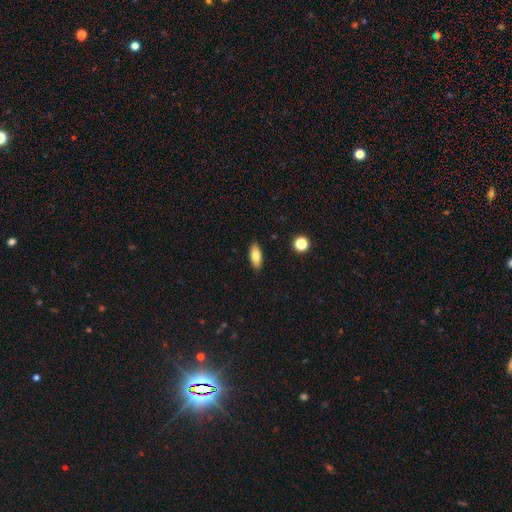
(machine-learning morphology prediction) Smooth or featured: smooth — 79% (featured or disk — 14%)
How rounded: in between — 80% (cigar-shaped — 17%)
Merging: none — 89% (minor disturbance — 8%)